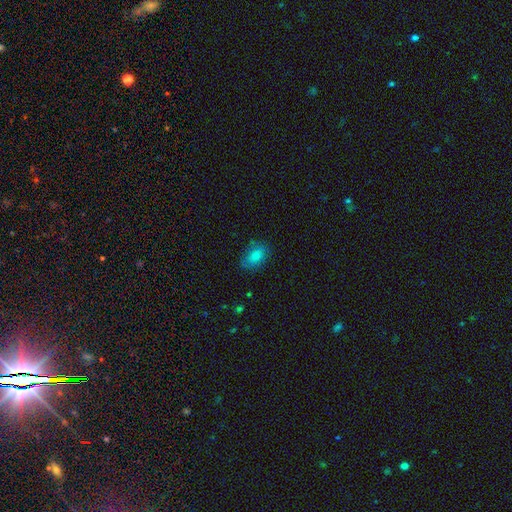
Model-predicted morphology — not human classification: smooth 80%, featured or disk 10%, star or artifact 10%. Down the decision tree: how rounded — in between (84%); merging — none (79%).